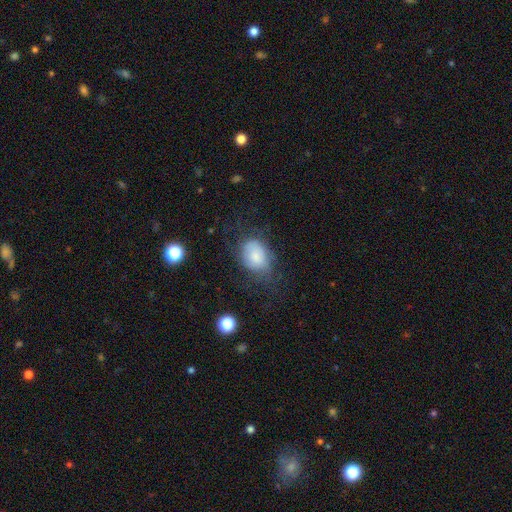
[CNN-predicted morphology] Smooth or featured? Predicted: smooth (p=0.68). How rounded? Predicted: in between (p=0.70). Merging? Predicted: none (p=0.48).